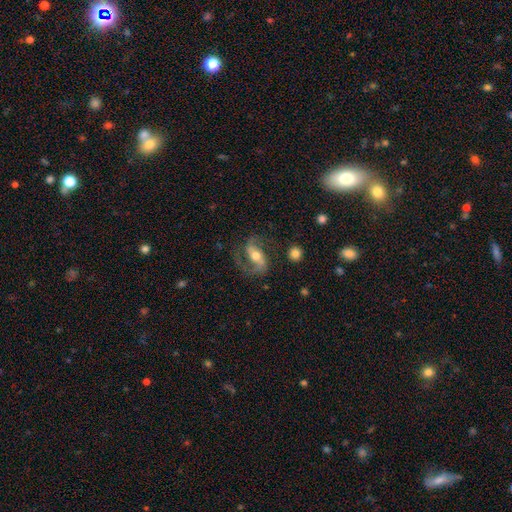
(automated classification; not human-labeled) Q: Smooth or featured?
A: featured or disk (80%); runner-up: smooth (13%)
Q: Edge-on disk?
A: no (94%); runner-up: yes (6%)
Q: Bar?
A: strong (41%); runner-up: weak (33%)
Q: Spiral arms?
A: yes (93%); runner-up: no (7%)
Q: Spiral winding?
A: medium (45%); runner-up: loose (41%)
Q: Spiral arm count?
A: 2 (86%); runner-up: 1 (7%)
Q: Bulge size?
A: moderate (66%); runner-up: small (24%)
Q: Merging?
A: none (66%); runner-up: minor disturbance (17%)